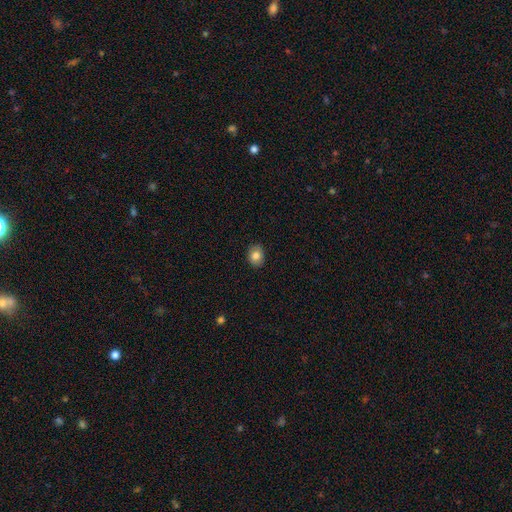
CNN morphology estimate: Q: Smooth or featured?
A: smooth (83%); runner-up: star or artifact (9%)
Q: How rounded?
A: in between (53%); runner-up: round (46%)
Q: Merging?
A: none (89%); runner-up: minor disturbance (8%)